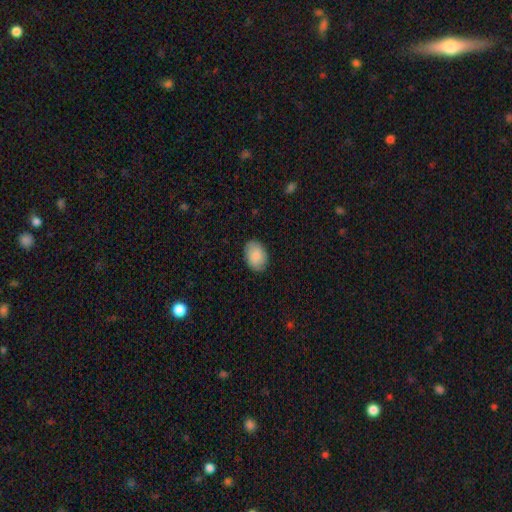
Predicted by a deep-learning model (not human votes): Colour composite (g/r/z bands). It shows a smooth galaxy with no disk features (88%) that is in between round and cigar-shaped (79%). Merging: none (86%).